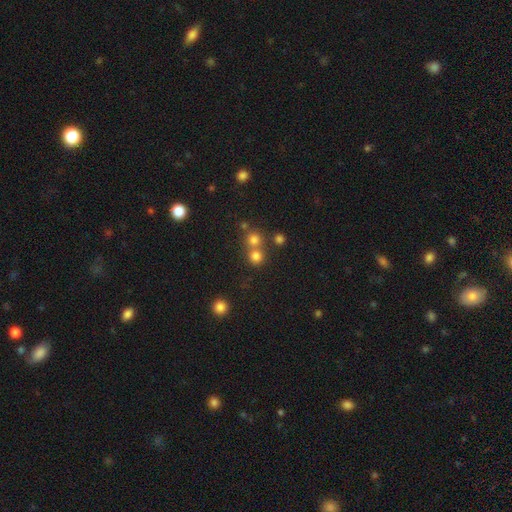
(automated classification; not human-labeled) A smooth galaxy with no disk features (76%) that is round (91%).

Vote fractions:
- Smooth or featured? smooth: 76% / star or artifact: 17% / featured or disk: 7%
- How rounded? round: 91% / in between: 8% / cigar-shaped: 1%
- Merging? none: 59% / merger: 33% / minor disturbance: 6% / major disturbance: 3%